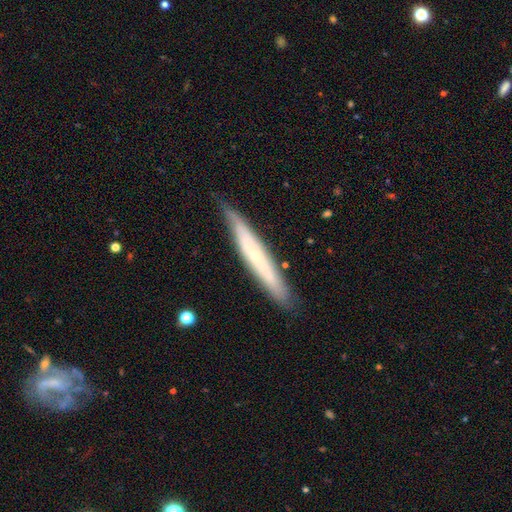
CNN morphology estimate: smooth_or_featured: featured or disk (p=0.51) [alt: smooth p=0.43]
disk_edge_on: yes (p=0.84) [alt: no p=0.16]
merging: none (p=0.80) [alt: minor disturbance p=0.16]